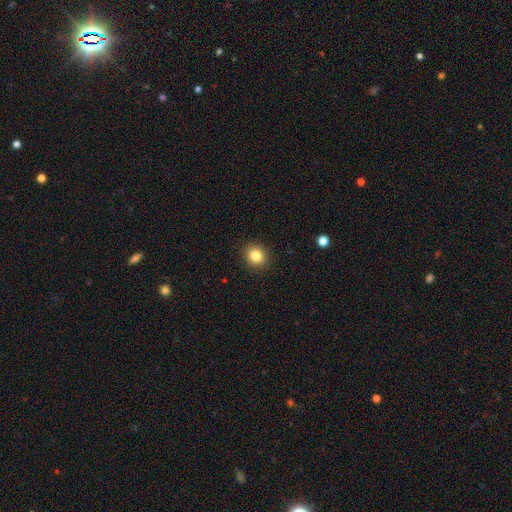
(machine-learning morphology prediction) smooth_or_featured: smooth (p=0.83) [alt: star or artifact p=0.11]
how_rounded: round (p=0.79) [alt: in between p=0.21]
merging: none (p=0.91) [alt: minor disturbance p=0.06]